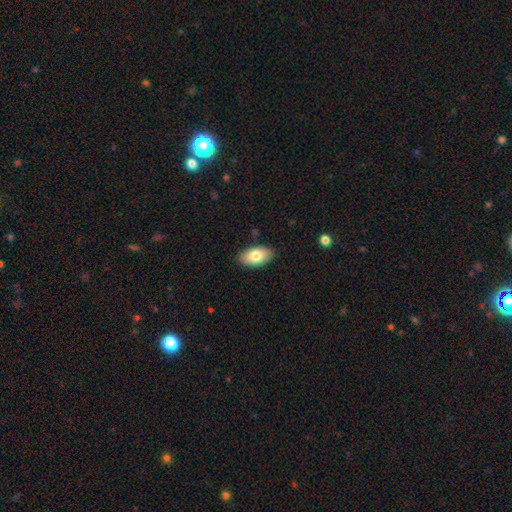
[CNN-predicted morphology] smooth_or_featured: smooth (p=0.80) [alt: featured or disk p=0.14]
how_rounded: in between (p=0.94) [alt: round p=0.04]
merging: none (p=0.87) [alt: minor disturbance p=0.10]